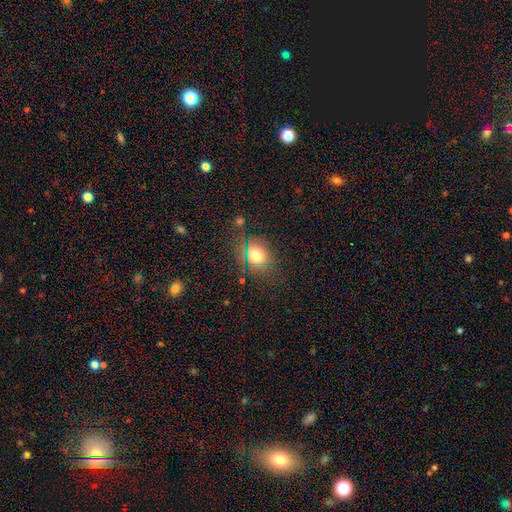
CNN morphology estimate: smooth 69%, star or artifact 20%, featured or disk 11%. Down the decision tree: how rounded — round (60%); merging — none (78%).